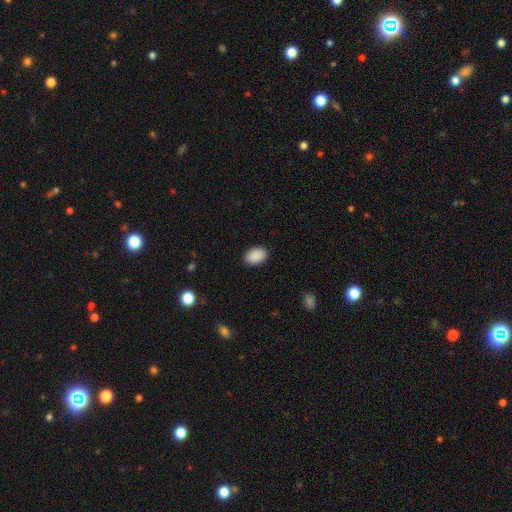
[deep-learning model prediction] A smooth galaxy with no disk features (91%) that is in between round and cigar-shaped (86%). Merging: none (90%).